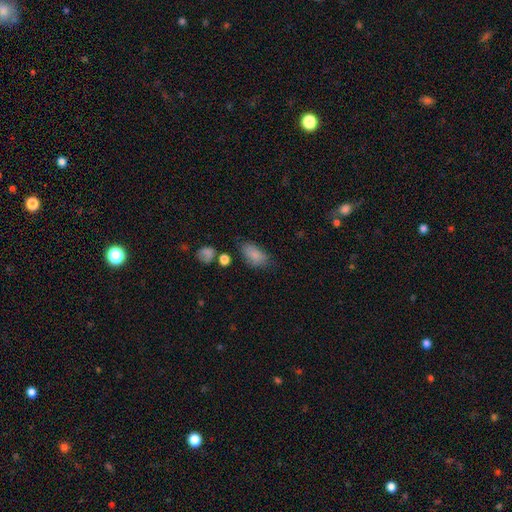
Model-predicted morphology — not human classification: Smooth or featured? Predicted: smooth (p=0.83). How rounded? Predicted: in between (p=0.90). Merging? Predicted: none (p=0.65).